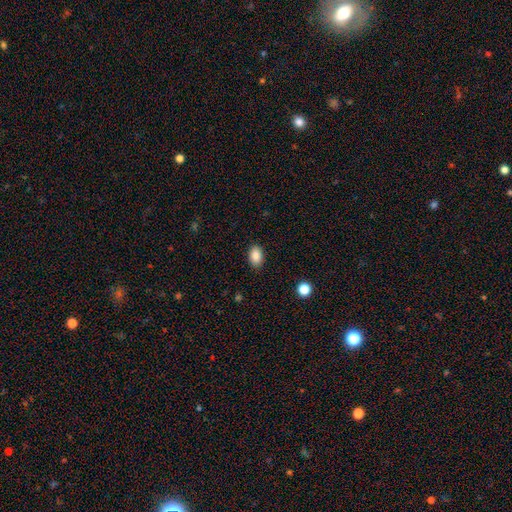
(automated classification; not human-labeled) smooth-or-featured: smooth: 87% | star or artifact: 8% | featured or disk: 5%
  how-rounded: in between: 88% | round: 11% | cigar-shaped: 1%
  merging: none: 88% | minor disturbance: 8% | major disturbance: 2% | merger: 1%